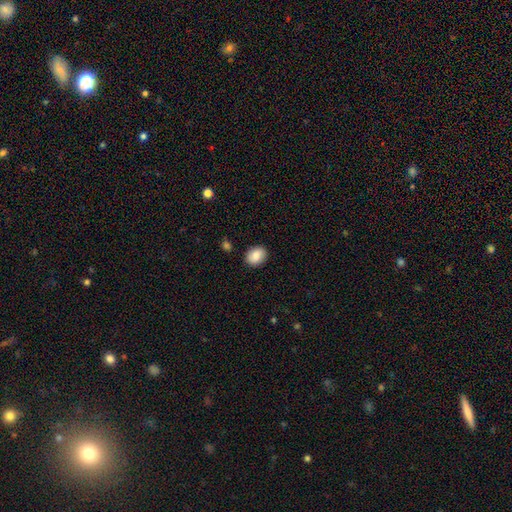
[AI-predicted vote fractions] smooth_or_featured: smooth (p=0.86) [alt: star or artifact p=0.07]
how_rounded: in between (p=0.59) [alt: round p=0.40]
merging: none (p=0.88) [alt: minor disturbance p=0.08]